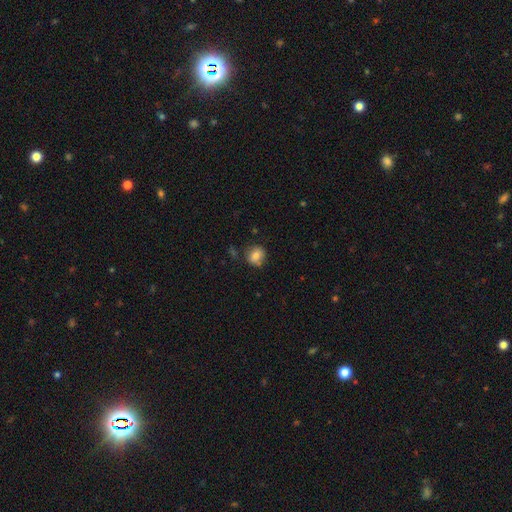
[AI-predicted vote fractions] Overall: smooth (79%). How rounded: round (82%). Merging: none (77%).